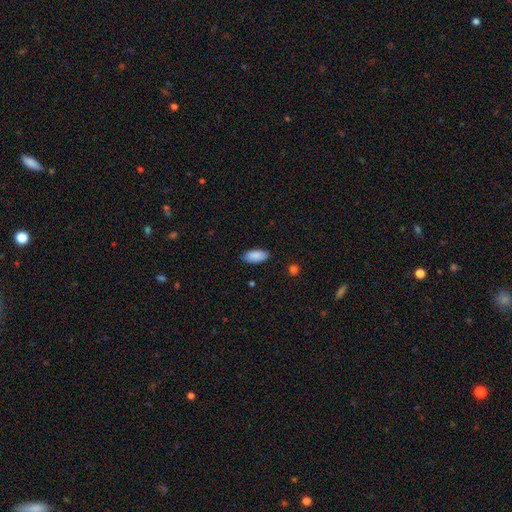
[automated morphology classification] Overall: smooth (88%). How rounded: in between (91%). Merging: none (85%).